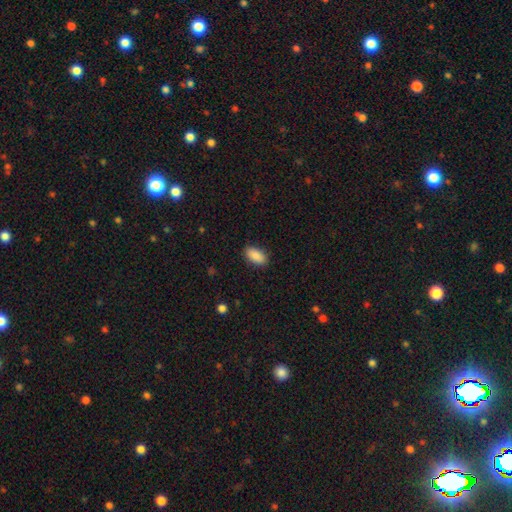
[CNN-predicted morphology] Q: Smooth or featured?
A: smooth (89%); runner-up: star or artifact (7%)
Q: How rounded?
A: in between (93%); runner-up: cigar-shaped (4%)
Q: Merging?
A: none (88%); runner-up: minor disturbance (8%)